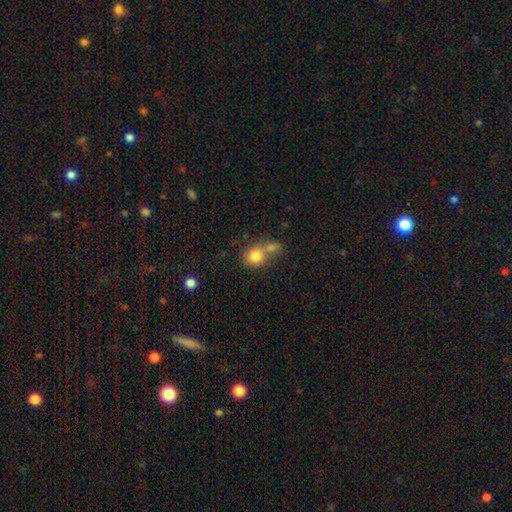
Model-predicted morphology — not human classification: A smooth galaxy with no disk features (80%) that is round (66%). Merging: merger (50%).